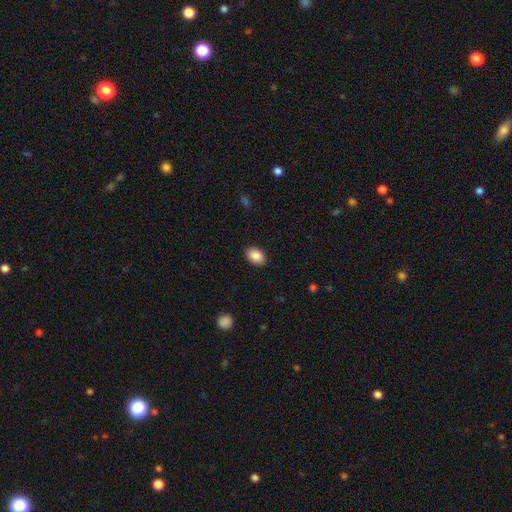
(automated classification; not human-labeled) smooth 89%, star or artifact 7%, featured or disk 4%. Down the decision tree: how rounded — in between (85%); merging — none (89%).